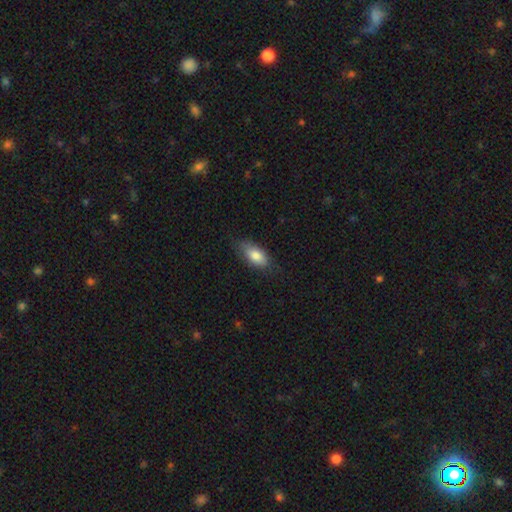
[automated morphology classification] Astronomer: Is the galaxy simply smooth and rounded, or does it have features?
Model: smooth — 81%.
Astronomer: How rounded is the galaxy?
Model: in between — 87%.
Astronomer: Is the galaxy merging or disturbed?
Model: none — 71%.